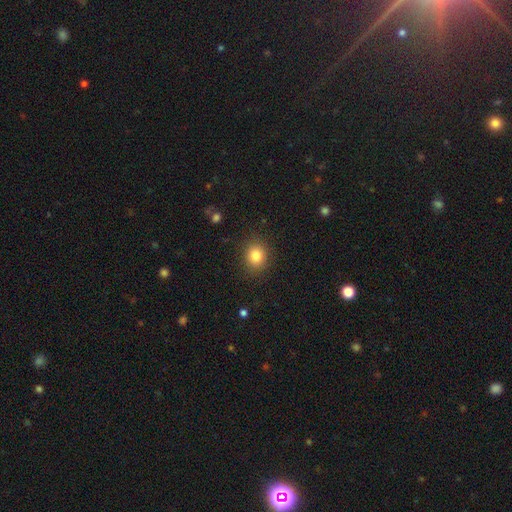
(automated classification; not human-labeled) smooth 82%, star or artifact 11%, featured or disk 7%. Down the decision tree: how rounded — round (75%); merging — none (87%).